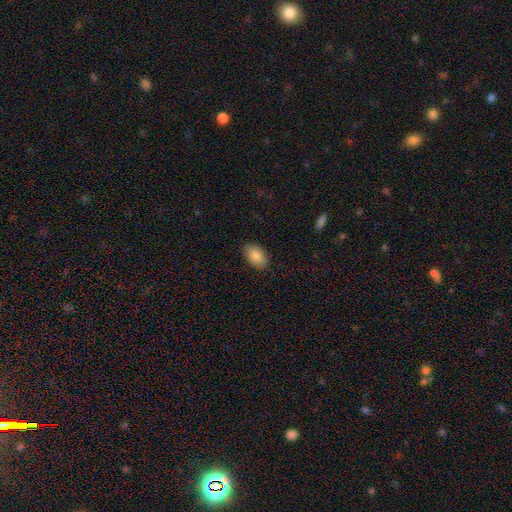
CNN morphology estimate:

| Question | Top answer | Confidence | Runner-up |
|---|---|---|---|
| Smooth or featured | smooth | 83% | featured or disk (10%) |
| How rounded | in between | 92% | round (6%) |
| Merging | none | 88% | minor disturbance (9%) |